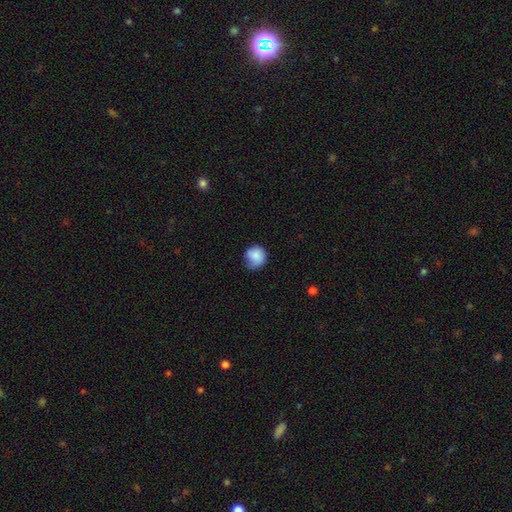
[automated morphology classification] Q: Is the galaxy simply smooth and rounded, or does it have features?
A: smooth — 84%.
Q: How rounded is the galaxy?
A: round — 86%.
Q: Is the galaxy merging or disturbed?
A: none — 56%.